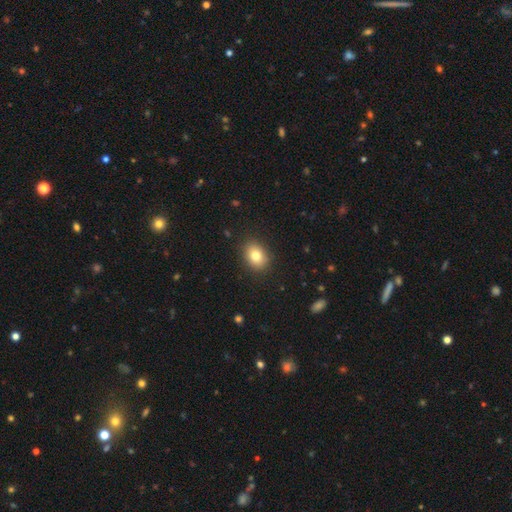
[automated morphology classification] This is clearly a smooth galaxy (80%). How rounded: likely in between (64%). Merging: clearly none (88%).